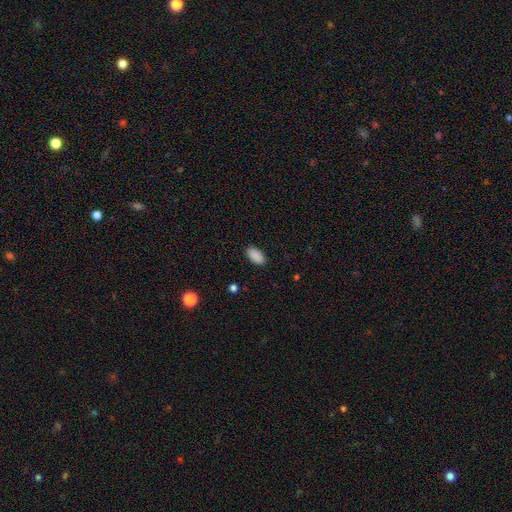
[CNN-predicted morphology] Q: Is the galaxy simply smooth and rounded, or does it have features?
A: smooth — 90%.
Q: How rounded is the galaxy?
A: in between — 94%.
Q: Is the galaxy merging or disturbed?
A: none — 89%.